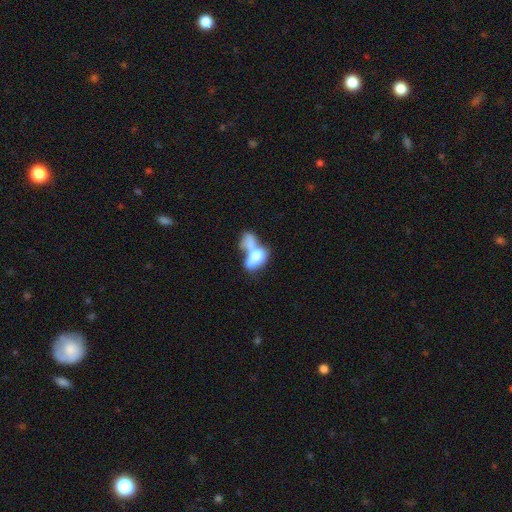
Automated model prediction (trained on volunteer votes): smooth-or-featured: smooth: 58% | featured or disk: 33% | star or artifact: 9%
  how-rounded: in between: 76% | round: 18% | cigar-shaped: 6%
  merging: merger: 68% | major disturbance: 14% | none: 11% | minor disturbance: 7%